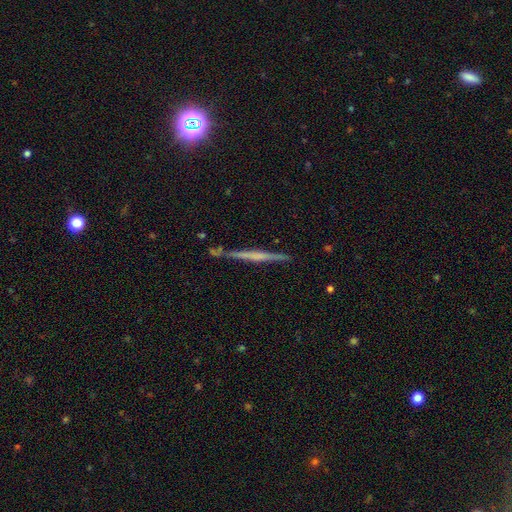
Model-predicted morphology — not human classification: Q: Smooth or featured?
A: featured or disk (65%); runner-up: smooth (28%)
Q: Edge-on disk?
A: yes (98%); runner-up: no (2%)
Q: Edge-on bulge?
A: none (62%); runner-up: rounded (23%)
Q: Merging?
A: none (85%); runner-up: minor disturbance (10%)